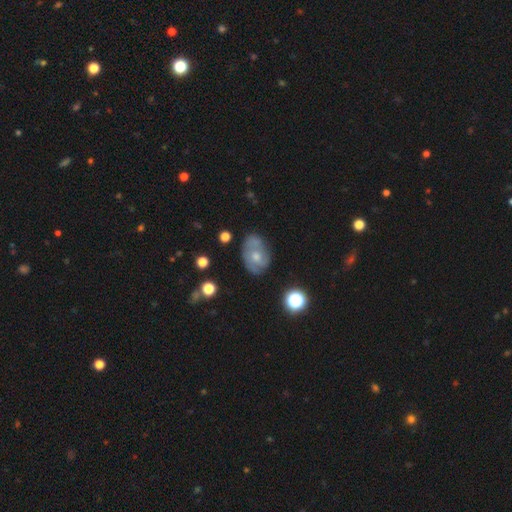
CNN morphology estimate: A featured or disk galaxy (48%).

Vote fractions:
- Smooth or featured? featured or disk: 48% / smooth: 42% / star or artifact: 10%
- Merging? none: 56% / minor disturbance: 25% / major disturbance: 10% / merger: 9%